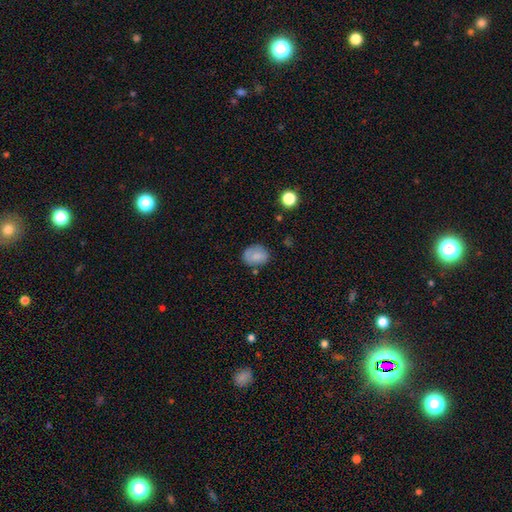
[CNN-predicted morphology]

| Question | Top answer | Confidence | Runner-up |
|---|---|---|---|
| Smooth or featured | smooth | 80% | featured or disk (11%) |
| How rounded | in between | 50% | round (49%) |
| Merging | none | 71% | minor disturbance (19%) |